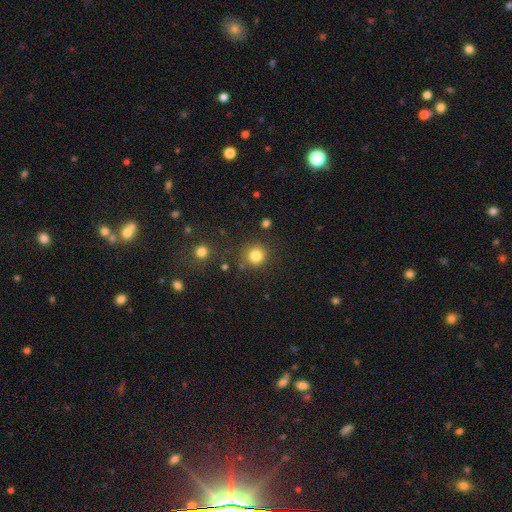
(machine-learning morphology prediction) smooth-or-featured: smooth: 83% | star or artifact: 12% | featured or disk: 5%
  how-rounded: round: 92% | in between: 7% | cigar-shaped: 1%
  merging: none: 82% | minor disturbance: 9% | merger: 5% | major disturbance: 4%